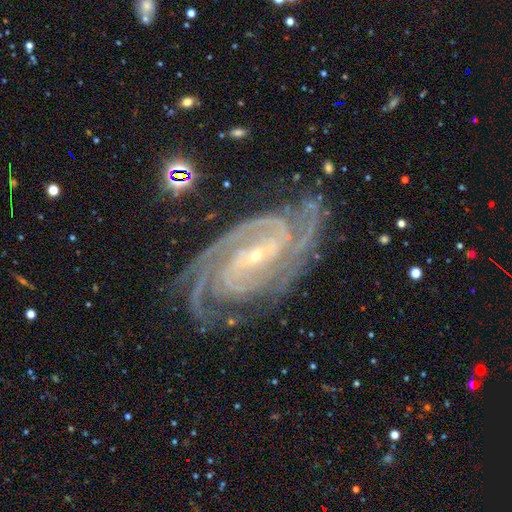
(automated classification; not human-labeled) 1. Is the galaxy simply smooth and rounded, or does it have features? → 92% featured or disk, 5% star or artifact, 3% smooth.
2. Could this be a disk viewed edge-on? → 96% no, 4% yes.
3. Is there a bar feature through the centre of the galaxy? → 38% strong, 33% weak, 29% no.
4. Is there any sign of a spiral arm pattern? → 99% yes, 1% no.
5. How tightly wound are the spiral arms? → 70% tight, 27% medium, 3% loose.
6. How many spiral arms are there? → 26% 2, 25% 3, 21% 4, 12% can't tell, 10% more than 4, 7% 1.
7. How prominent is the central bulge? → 84% small, 12% moderate, 1% none, 1% large, 1% dominant.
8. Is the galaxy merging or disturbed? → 76% none, 16% minor disturbance, 6% major disturbance, 2% merger.